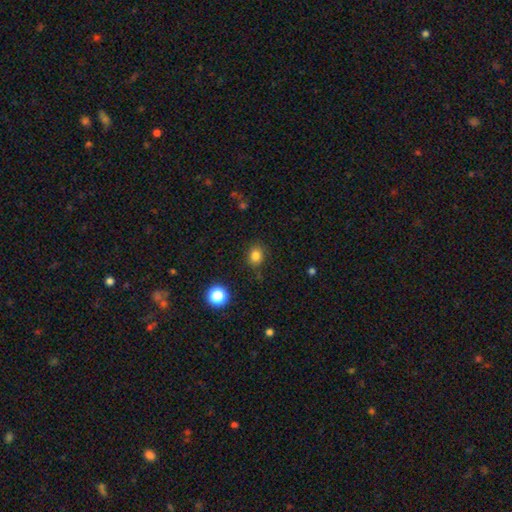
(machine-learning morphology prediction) Smooth or featured? Predicted: smooth (p=0.81). How rounded? Predicted: round (p=0.63). Merging? Predicted: none (p=0.82).